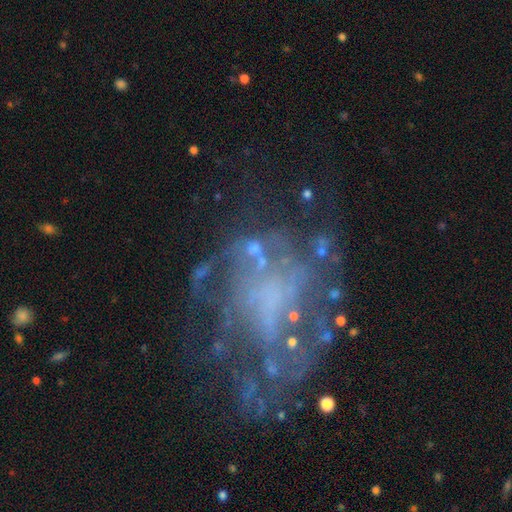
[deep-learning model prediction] Overall: featured or disk (68%). Edge-on disk: no (97%). Bar: no (78%). Spiral arms: no (60%; yes 40%). Bulge size: none (68%). Merging: none (45%; major disturbance 32%).